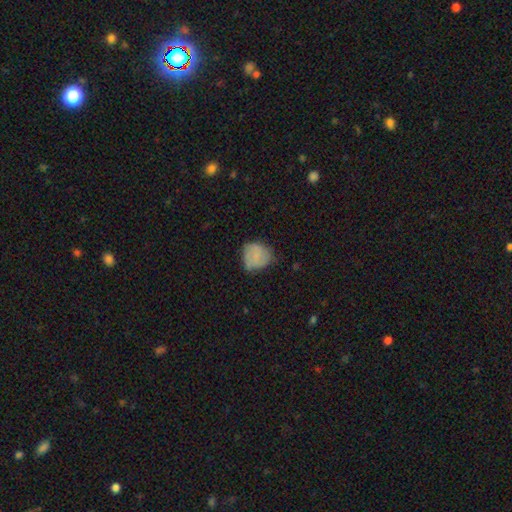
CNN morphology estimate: smooth_or_featured: smooth (p=0.68) [alt: featured or disk p=0.23]
how_rounded: round (p=0.72) [alt: in between p=0.27]
merging: none (p=0.48) [alt: minor disturbance p=0.37]